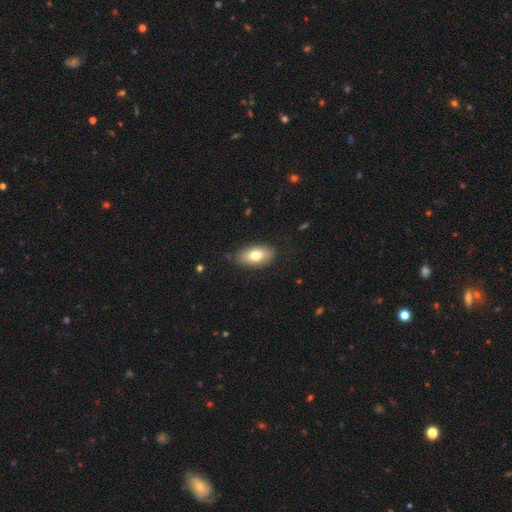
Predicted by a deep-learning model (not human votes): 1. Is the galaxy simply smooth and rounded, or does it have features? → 77% smooth, 16% featured or disk, 7% star or artifact.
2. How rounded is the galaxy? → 91% in between, 5% round, 4% cigar-shaped.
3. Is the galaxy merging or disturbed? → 83% none, 13% minor disturbance, 3% major disturbance, 1% merger.